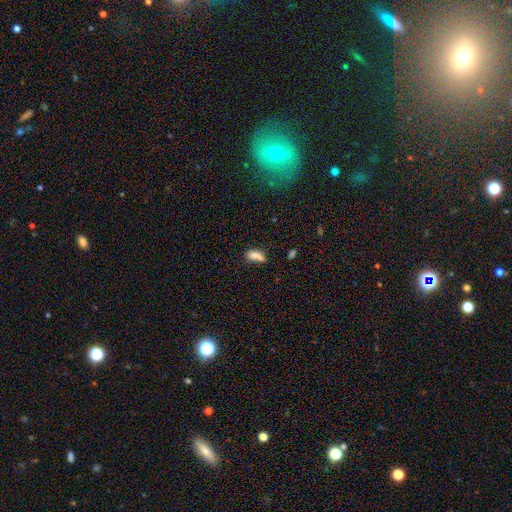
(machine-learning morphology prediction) Overall: smooth (80%). How rounded: in between (87%). Merging: none (45%; minor disturbance 25%).